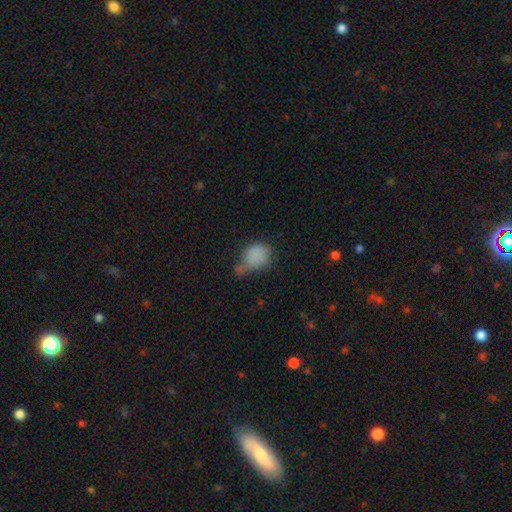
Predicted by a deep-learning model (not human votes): Morphology: type=smooth (79%); roundness=in between (56%); merging=minor disturbance (31%).